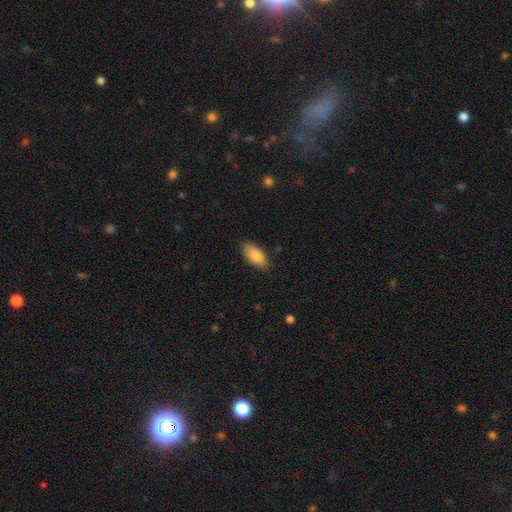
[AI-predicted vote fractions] smooth 84%, featured or disk 9%, star or artifact 6%. Down the decision tree: how rounded — in between (91%); merging — none (84%).